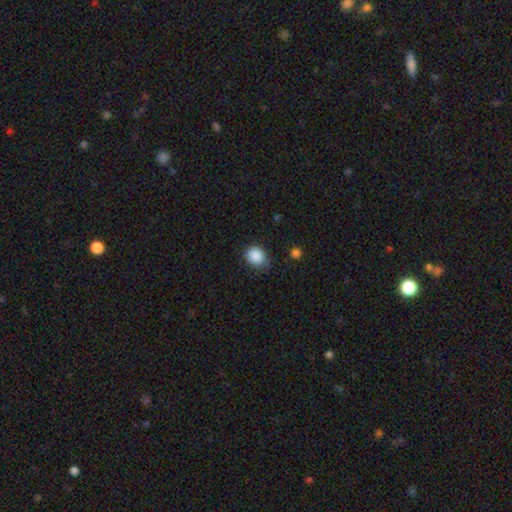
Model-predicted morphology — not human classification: This is clearly a smooth galaxy (87%). How rounded: likely round (70%). Merging: likely none (66%).